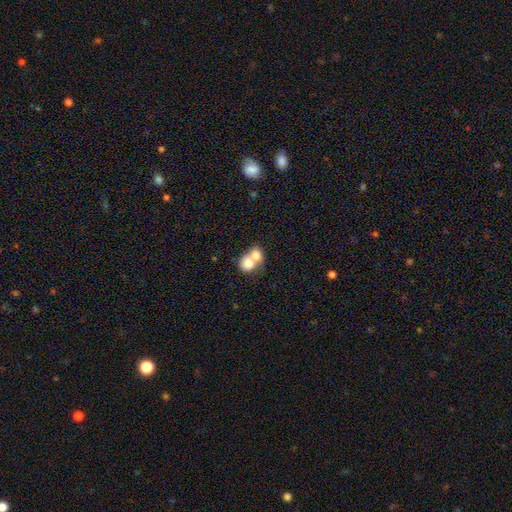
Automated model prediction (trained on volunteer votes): A smooth galaxy with no disk features (75%) that is round (54%).

Vote fractions:
- Smooth or featured? smooth: 75% / featured or disk: 17% / star or artifact: 8%
- How rounded? round: 54% / in between: 45% / cigar-shaped: 1%
- Merging? merger: 75% / none: 17% / minor disturbance: 5% / major disturbance: 3%